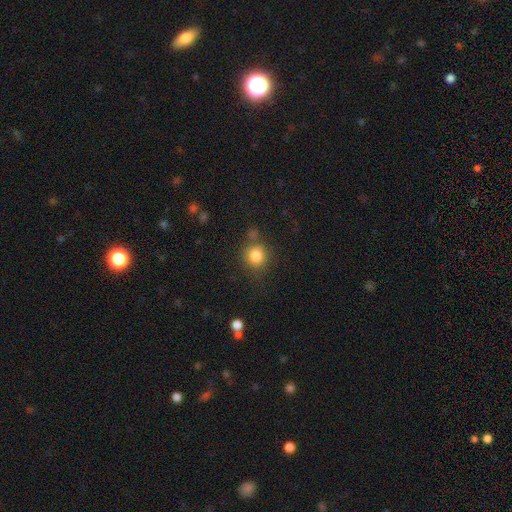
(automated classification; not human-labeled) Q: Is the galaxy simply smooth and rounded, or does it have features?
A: smooth — 83%.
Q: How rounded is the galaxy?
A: round — 87%.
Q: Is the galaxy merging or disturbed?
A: none — 70%.